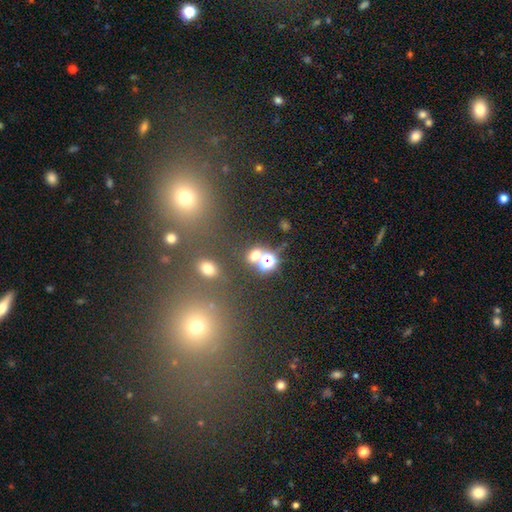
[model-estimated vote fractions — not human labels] This is possibly a smooth galaxy (51%). How rounded: likely round (75%). Merging: likely none (66%).